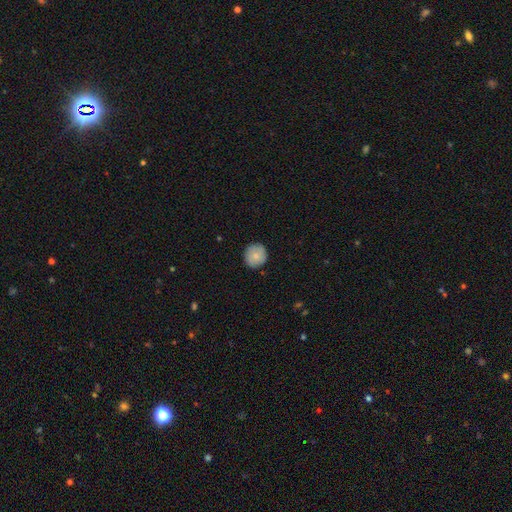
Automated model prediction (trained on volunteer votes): Q: Smooth or featured?
A: smooth (82%); runner-up: featured or disk (12%)
Q: How rounded?
A: round (91%); runner-up: in between (8%)
Q: Merging?
A: none (86%); runner-up: minor disturbance (11%)